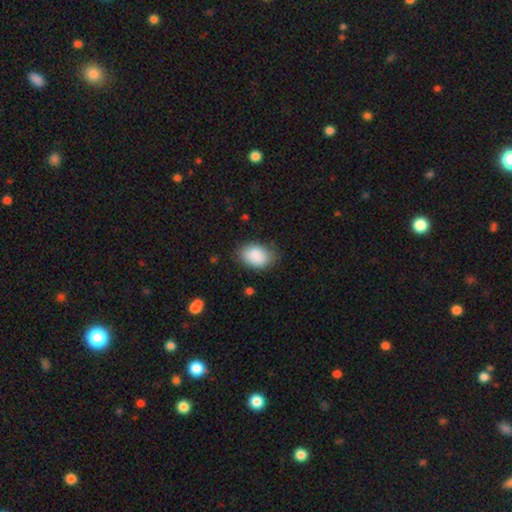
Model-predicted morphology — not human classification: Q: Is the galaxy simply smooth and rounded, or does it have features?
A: smooth — 88%.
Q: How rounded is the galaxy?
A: in between — 85%.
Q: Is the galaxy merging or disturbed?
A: none — 75%.